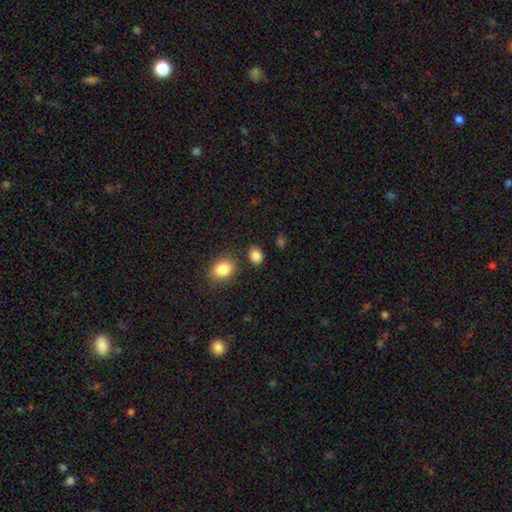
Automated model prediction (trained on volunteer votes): Morphology: type=smooth (86%); roundness=in between (63%); merging=none (79%).